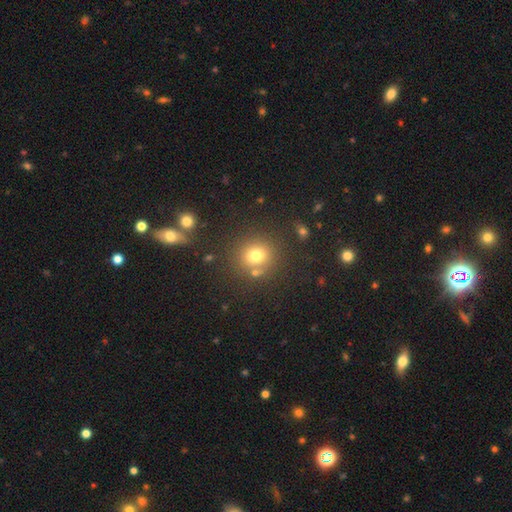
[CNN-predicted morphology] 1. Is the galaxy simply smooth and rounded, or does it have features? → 73% smooth, 17% star or artifact, 10% featured or disk.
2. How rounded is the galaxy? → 86% round, 13% in between, 1% cigar-shaped.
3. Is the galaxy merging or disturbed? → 77% none, 10% minor disturbance, 10% merger, 4% major disturbance.